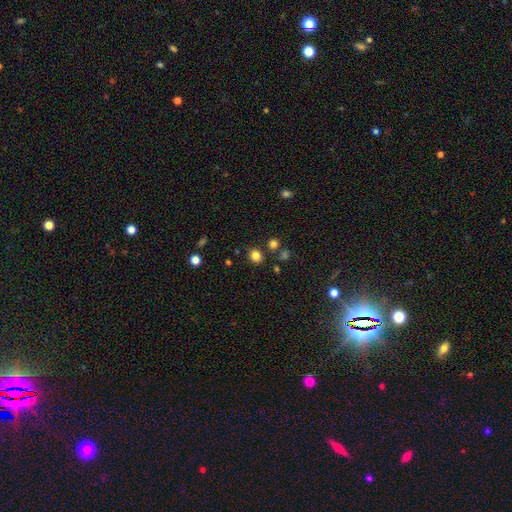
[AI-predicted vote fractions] smooth_or_featured: smooth (p=0.81) [alt: star or artifact p=0.14]
how_rounded: round (p=0.74) [alt: in between p=0.26]
merging: none (p=0.85) [alt: minor disturbance p=0.08]